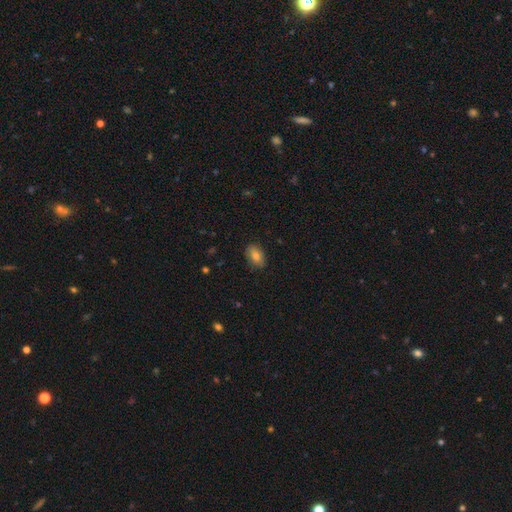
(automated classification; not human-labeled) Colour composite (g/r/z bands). It shows a smooth galaxy with no disk features (79%) that is in between round and cigar-shaped (89%). Merging: none (85%).